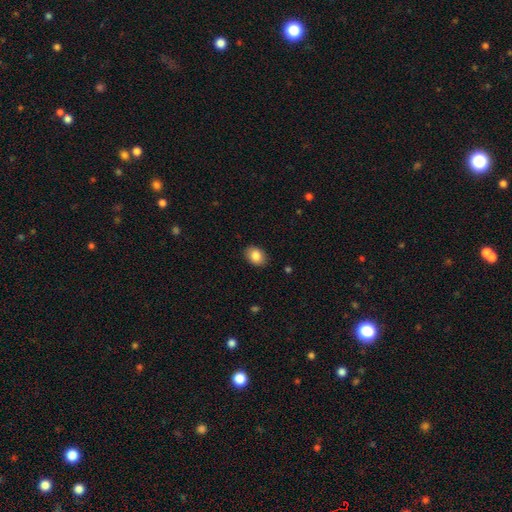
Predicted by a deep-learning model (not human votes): Smooth or featured: smooth — 86% (star or artifact — 8%)
How rounded: in between — 70% (round — 29%)
Merging: none — 88% (minor disturbance — 9%)